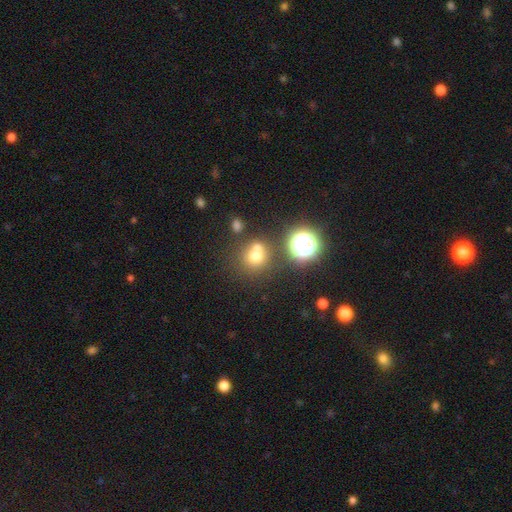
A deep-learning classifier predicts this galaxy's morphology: smooth 69%, star or artifact 19%, featured or disk 12%. Down the decision tree: how rounded — round (86%); merging — none (55%).